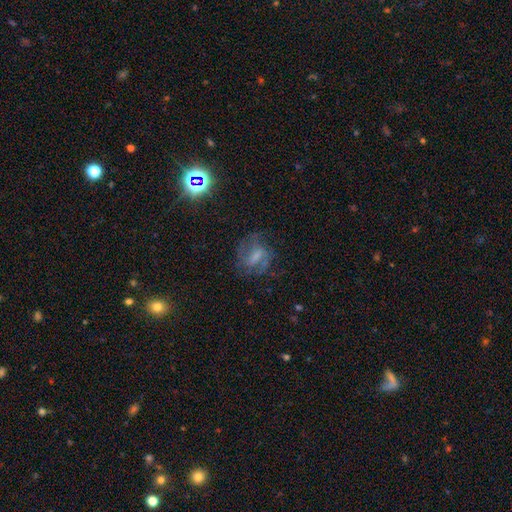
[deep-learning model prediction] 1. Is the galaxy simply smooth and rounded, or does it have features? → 59% featured or disk, 27% smooth, 14% star or artifact.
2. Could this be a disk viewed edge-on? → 95% no, 5% yes.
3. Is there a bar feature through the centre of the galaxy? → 47% weak, 29% strong, 24% no.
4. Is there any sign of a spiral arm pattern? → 80% yes, 20% no.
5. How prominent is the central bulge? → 34% none, 28% small, 28% moderate, 9% large, 2% dominant.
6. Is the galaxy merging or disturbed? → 60% none, 20% minor disturbance, 18% major disturbance, 2% merger.